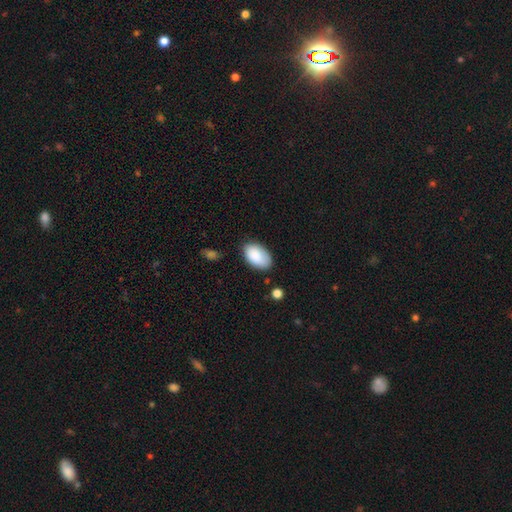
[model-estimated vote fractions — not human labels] This is clearly a smooth galaxy (87%). How rounded: clearly in between (95%). Merging: likely none (75%).